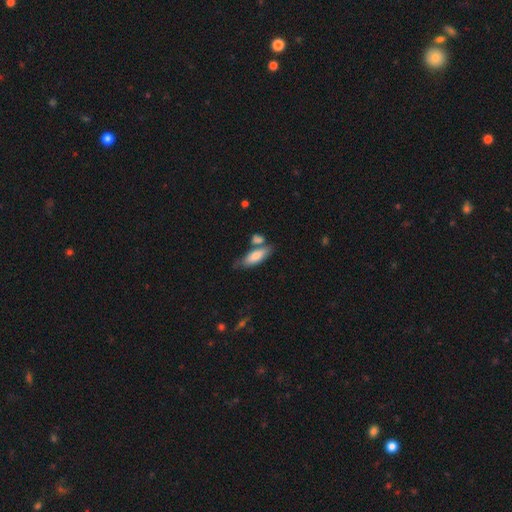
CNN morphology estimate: smooth-or-featured: smooth: 76% | featured or disk: 18% | star or artifact: 6%
  how-rounded: in between: 65% | cigar-shaped: 32% | round: 2%
  merging: none: 58% | merger: 21% | minor disturbance: 17% | major disturbance: 5%